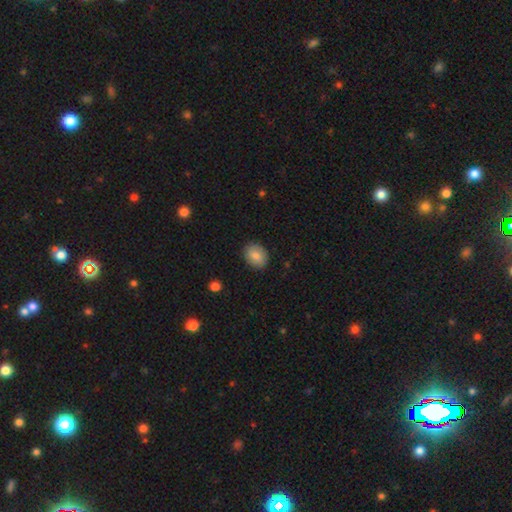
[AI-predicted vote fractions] A smooth galaxy with no disk features (83%) that is in between round and cigar-shaped (66%).

Vote fractions:
- Smooth or featured? smooth: 83% / featured or disk: 10% / star or artifact: 7%
- How rounded? in between: 66% / round: 33% / cigar-shaped: 1%
- Merging? none: 87% / minor disturbance: 9% / major disturbance: 2% / merger: 1%